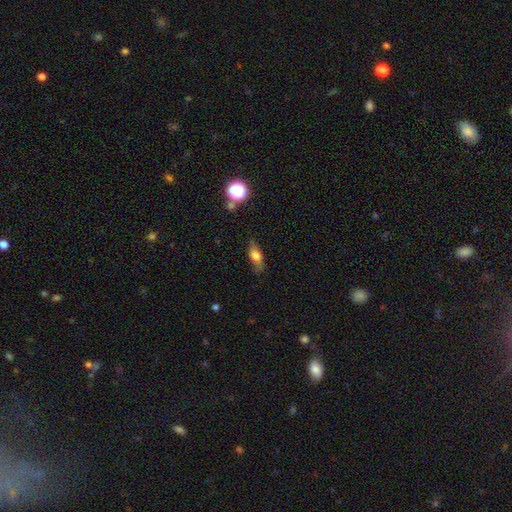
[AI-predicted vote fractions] Smooth or featured? Predicted: smooth (p=0.65). How rounded? Predicted: in between (p=0.65). Merging? Predicted: none (p=0.75).